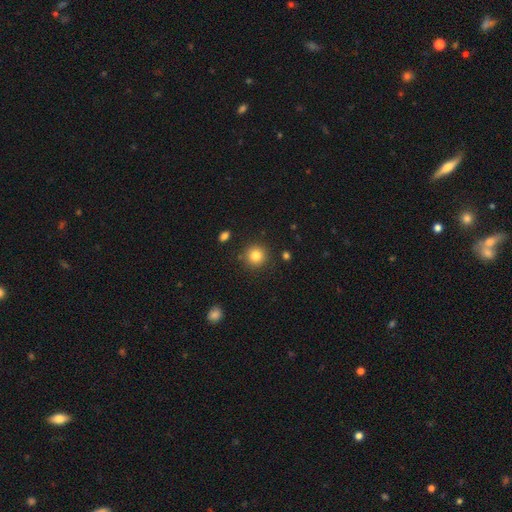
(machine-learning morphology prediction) This is clearly a smooth galaxy (82%). How rounded: clearly round (94%). Merging: clearly none (88%).